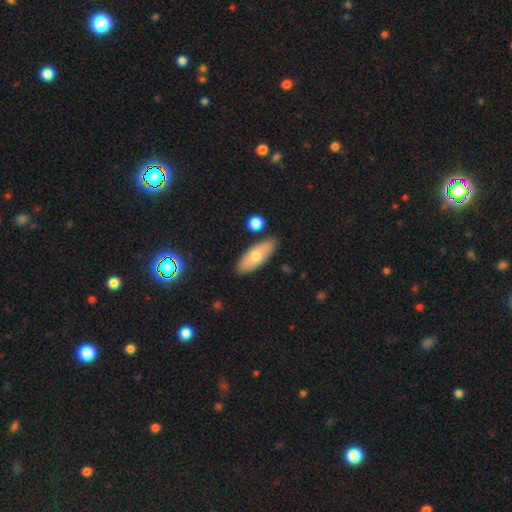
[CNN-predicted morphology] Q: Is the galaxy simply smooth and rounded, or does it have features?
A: smooth — 66%.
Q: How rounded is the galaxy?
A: in between — 76%.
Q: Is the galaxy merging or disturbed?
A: none — 84%.